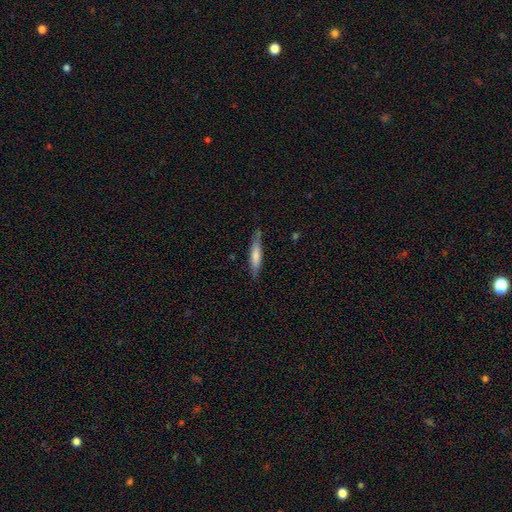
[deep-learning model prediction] Smooth or featured? Predicted: smooth (p=0.68). How rounded? Predicted: cigar-shaped (p=0.84). Merging? Predicted: none (p=0.76).